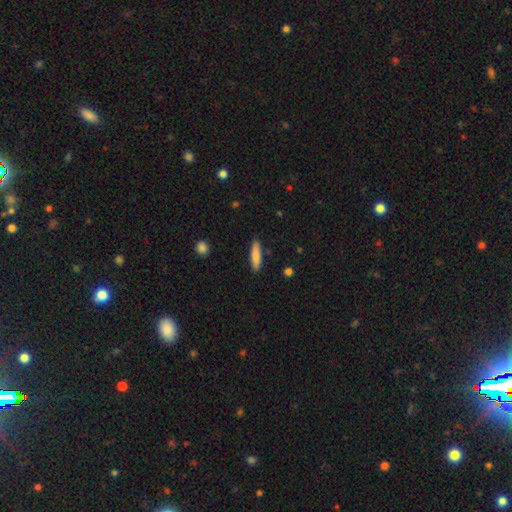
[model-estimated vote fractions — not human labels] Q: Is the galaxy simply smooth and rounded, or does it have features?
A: smooth — 83%.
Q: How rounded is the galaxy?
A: cigar-shaped — 80%.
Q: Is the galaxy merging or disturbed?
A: none — 89%.